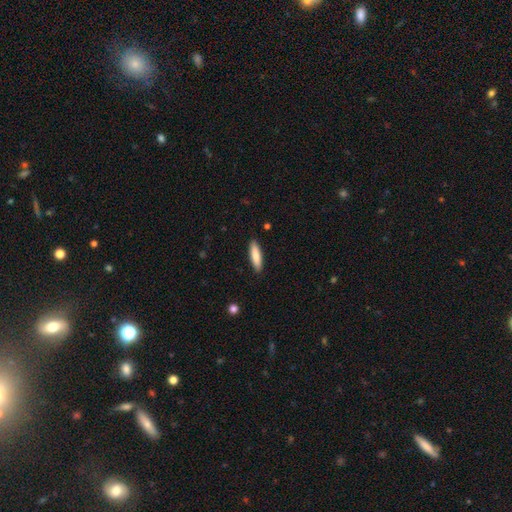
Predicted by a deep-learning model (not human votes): smooth 84%, featured or disk 11%, star or artifact 5%. Down the decision tree: how rounded — cigar-shaped (71%); merging — none (89%).